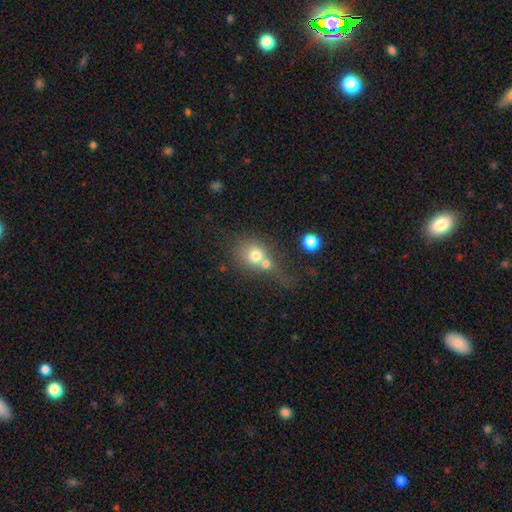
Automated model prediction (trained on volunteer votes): Smooth or featured? Predicted: smooth (p=0.69). How rounded? Predicted: round (p=0.73). Merging? Predicted: merger (p=0.59).